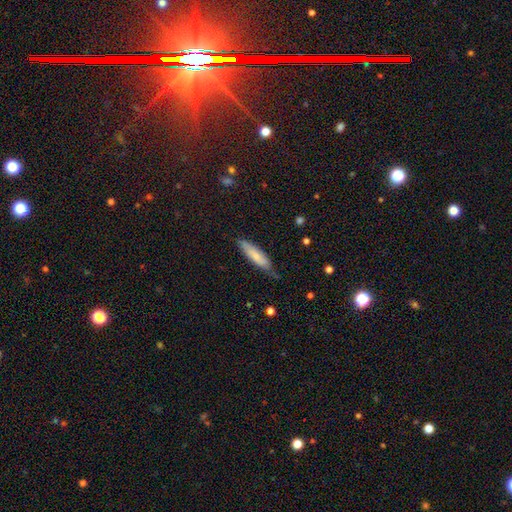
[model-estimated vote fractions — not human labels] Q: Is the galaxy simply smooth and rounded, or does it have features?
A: smooth — 73%.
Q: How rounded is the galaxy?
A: cigar-shaped — 71%.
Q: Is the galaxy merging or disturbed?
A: none — 69%.